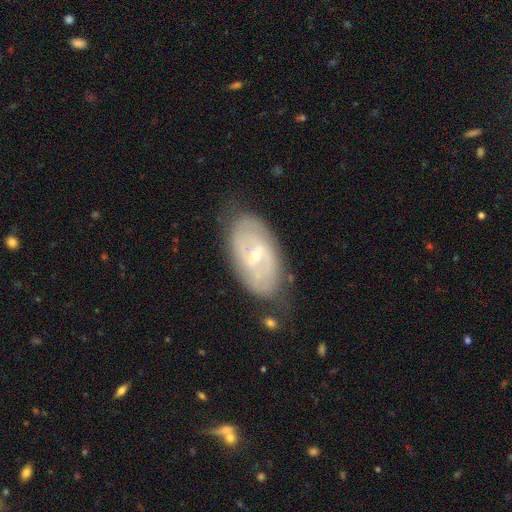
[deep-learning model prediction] This is likely a featured or disk galaxy (77%). It is clearly not viewed edge-on (94%). Bar: possibly weak (52%). Spiral arm pattern: clearly yes (82%). Spiral arm count: possibly 2 (60%). Spiral winding: possibly tight (45%). Central bulge: likely small (67%). Merging: likely none (75%).